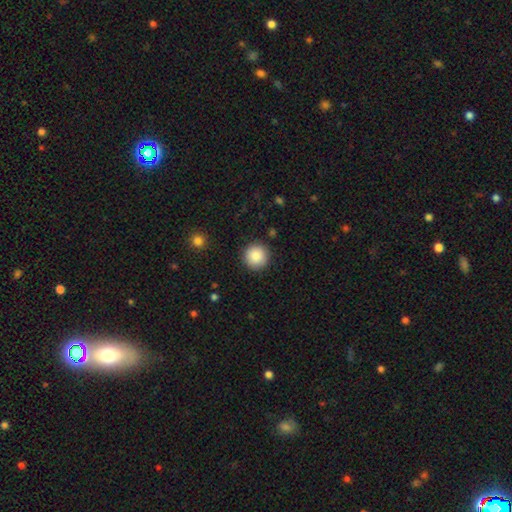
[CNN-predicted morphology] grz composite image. It shows a smooth galaxy with no disk features (86%) that is round (96%). Merging: none (91%).